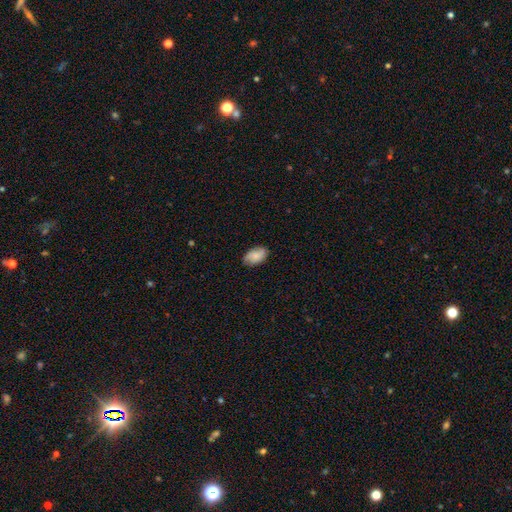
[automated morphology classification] Overall: smooth (77%). How rounded: in between (91%). Merging: none (77%).